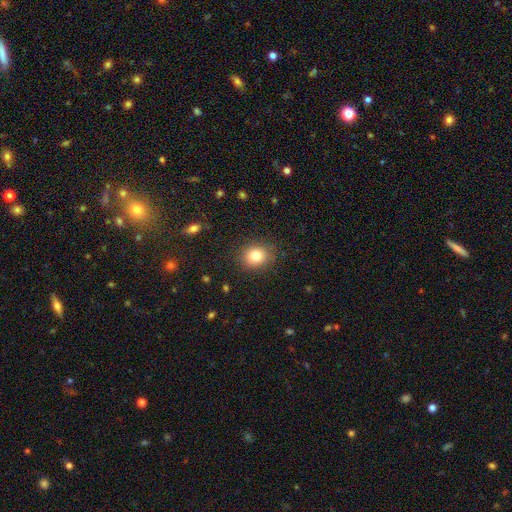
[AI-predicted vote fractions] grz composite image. It shows a smooth galaxy with no disk features (82%) that is round (65%). Merging: none (87%).